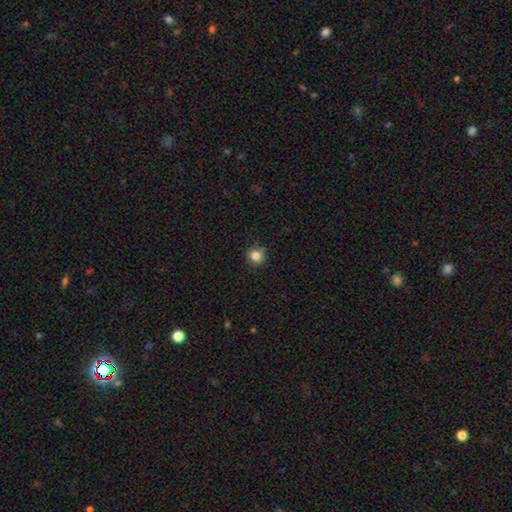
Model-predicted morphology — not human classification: smooth 84%, star or artifact 11%, featured or disk 5%. Down the decision tree: how rounded — round (93%); merging — none (87%).